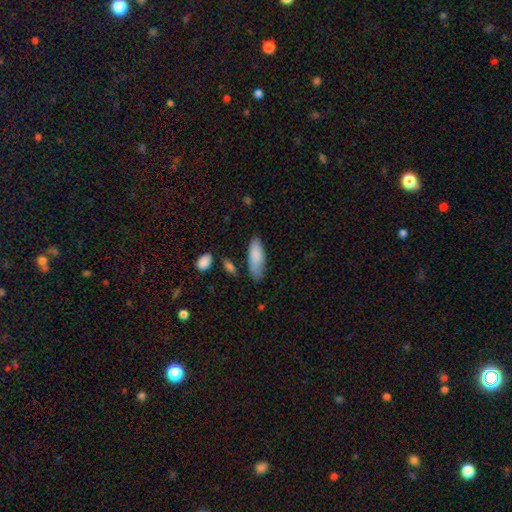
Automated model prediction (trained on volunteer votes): Overall: smooth (85%). How rounded: in between (74%). Merging: none (66%).